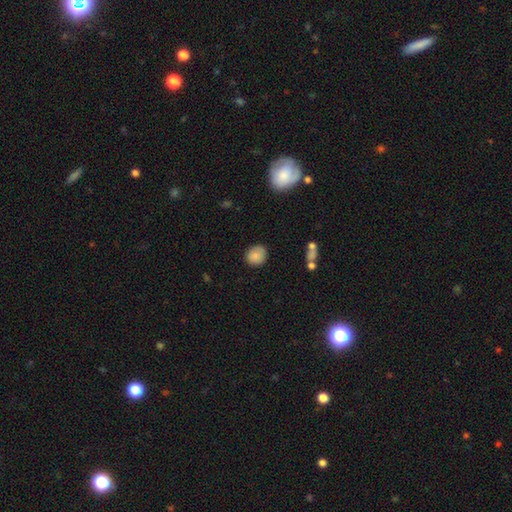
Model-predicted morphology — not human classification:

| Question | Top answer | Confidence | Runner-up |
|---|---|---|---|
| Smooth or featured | smooth | 85% | star or artifact (8%) |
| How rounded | round | 79% | in between (20%) |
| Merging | none | 84% | minor disturbance (12%) |